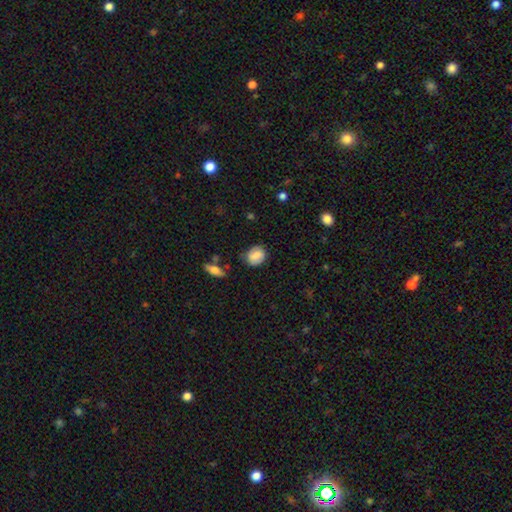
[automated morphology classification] Overall: smooth (75%). How rounded: round (55%; in between 44%). Merging: none (77%).